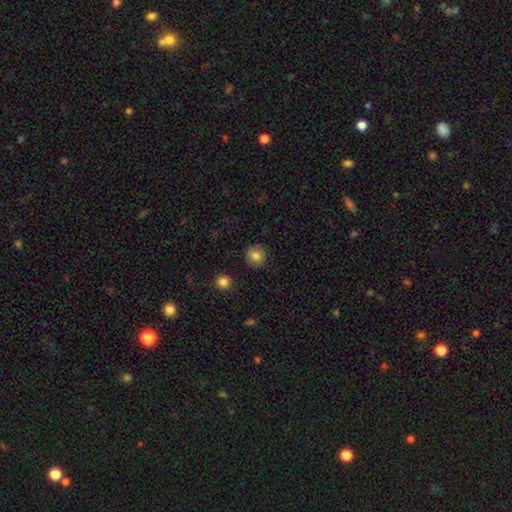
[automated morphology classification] Smooth or featured? smooth (81%)
How rounded? round (89%)
Merging? none (88%)